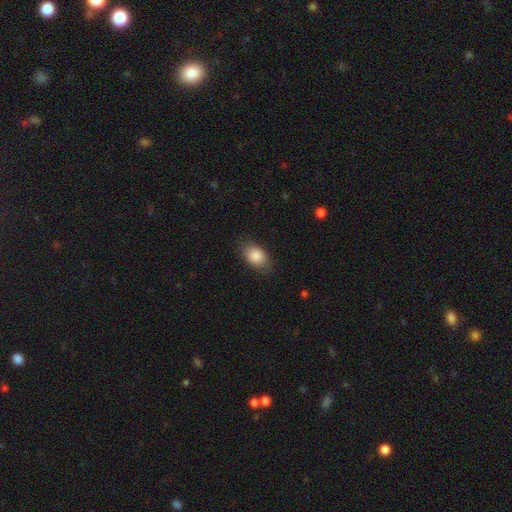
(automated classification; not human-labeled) A smooth galaxy with no disk features (86%) that is in between round and cigar-shaped (84%). Merging: none (80%).